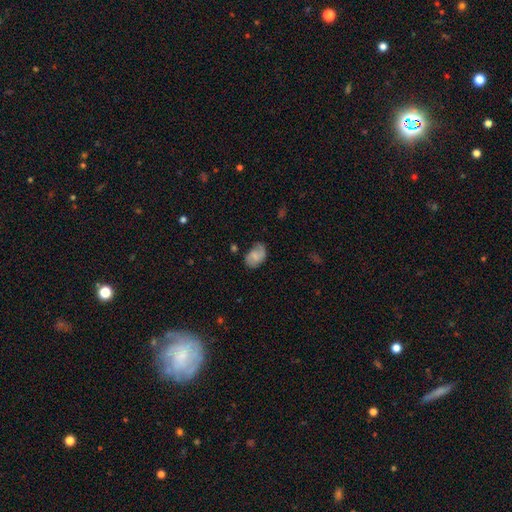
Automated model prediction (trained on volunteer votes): Smooth or featured? smooth (58%)
How rounded? in between (85%)
Merging? none (58%)